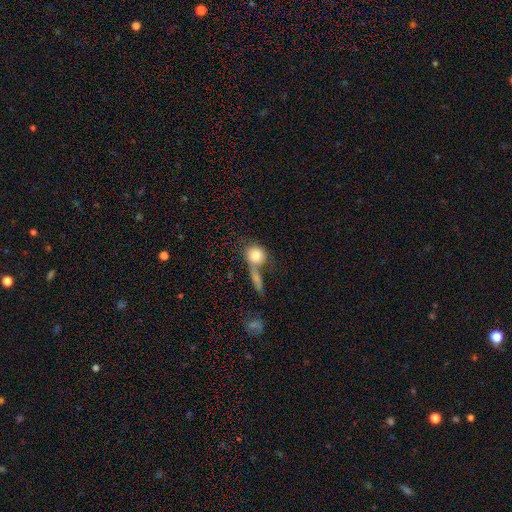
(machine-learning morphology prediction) type=smooth (79%); roundness=round (78%); merging=merger (47%).